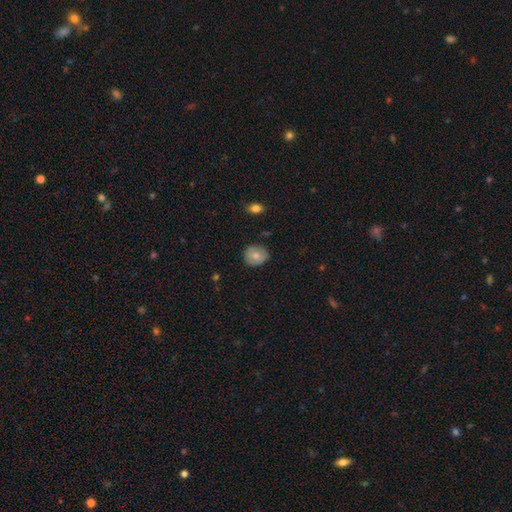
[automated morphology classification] This appears to be a smooth galaxy with no disk features (67%) that is round (74%). Merging: none (82%).